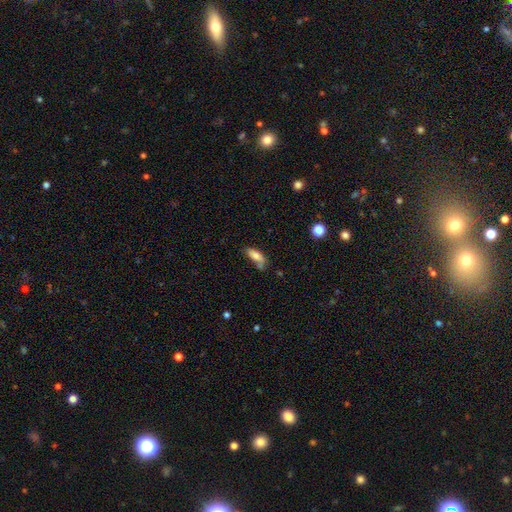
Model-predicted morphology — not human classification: type=smooth (76%); roundness=in between (73%); merging=none (47%).